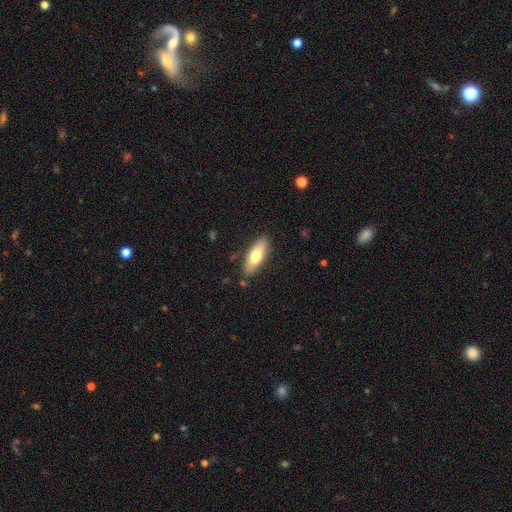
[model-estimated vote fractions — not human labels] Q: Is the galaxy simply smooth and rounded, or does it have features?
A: smooth — 70%.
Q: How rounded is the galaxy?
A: in between — 66%.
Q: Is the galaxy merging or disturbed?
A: none — 85%.